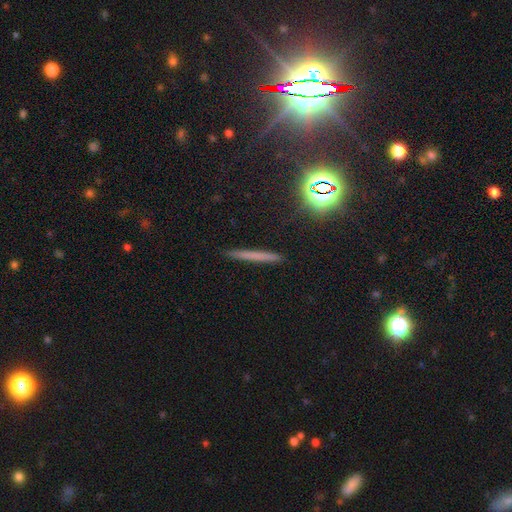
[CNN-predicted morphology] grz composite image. It shows a smooth galaxy with no disk features (54%) that is cigar-shaped (94%). Merging: none (91%).